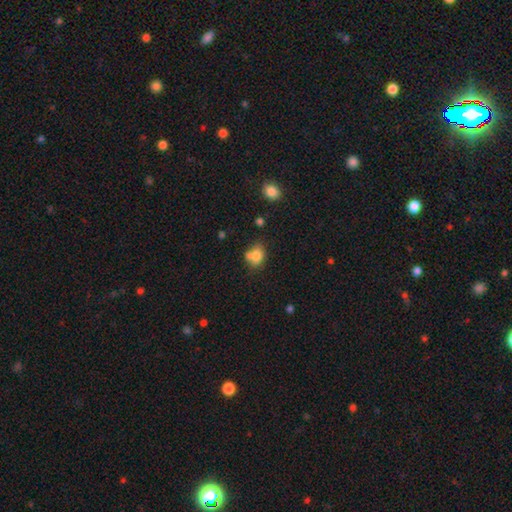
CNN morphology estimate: smooth-or-featured: smooth: 77% | featured or disk: 13% | star or artifact: 11%
  how-rounded: in between: 55% | round: 44% | cigar-shaped: 1%
  merging: none: 41% | merger: 37% | minor disturbance: 17% | major disturbance: 6%